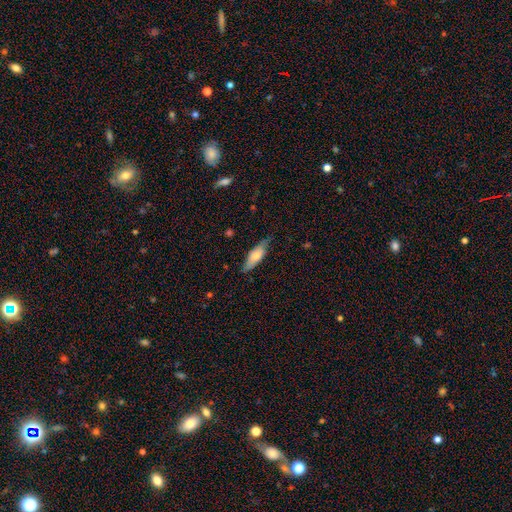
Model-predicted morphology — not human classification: smooth-or-featured: smooth: 65% | featured or disk: 29% | star or artifact: 6%
  how-rounded: in between: 59% | cigar-shaped: 39% | round: 2%
  merging: none: 69% | minor disturbance: 24% | major disturbance: 5% | merger: 1%